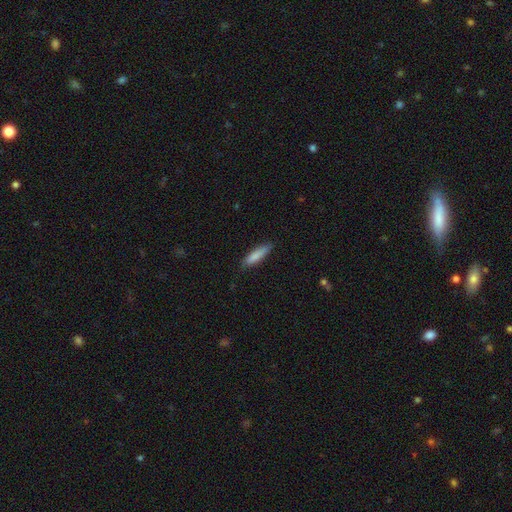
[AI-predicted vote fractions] This is clearly a smooth galaxy (84%). How rounded: likely cigar-shaped (74%). Merging: clearly none (82%).